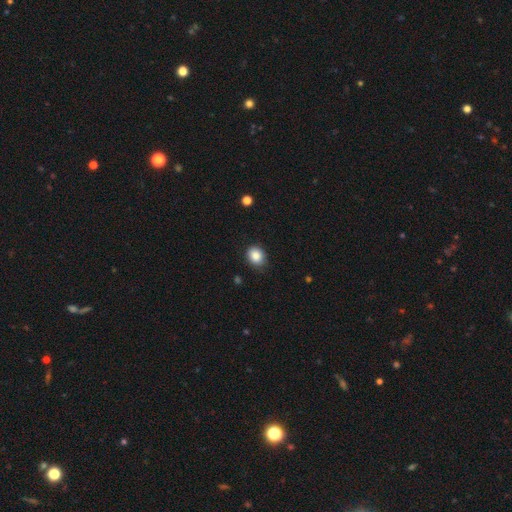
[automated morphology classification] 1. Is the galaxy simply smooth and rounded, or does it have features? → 86% smooth, 9% star or artifact, 5% featured or disk.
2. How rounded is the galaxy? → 61% round, 38% in between, 1% cigar-shaped.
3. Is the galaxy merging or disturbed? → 80% none, 16% minor disturbance, 3% major disturbance, 1% merger.